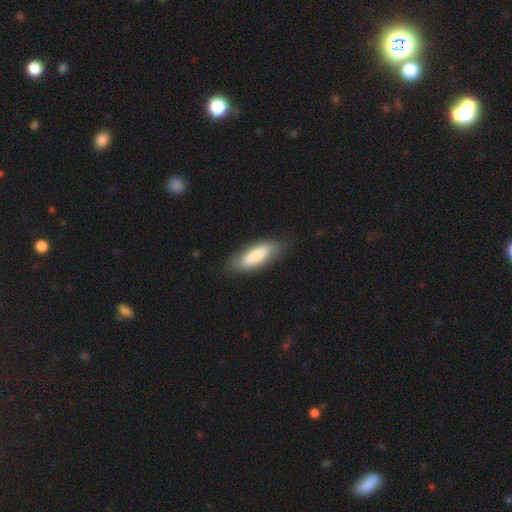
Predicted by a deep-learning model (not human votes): The model was most divided on "how rounded": in between: 69%, cigar-shaped: 29%, round: 2%. More confident: merging — none (79%); smooth or featured — smooth (74%).